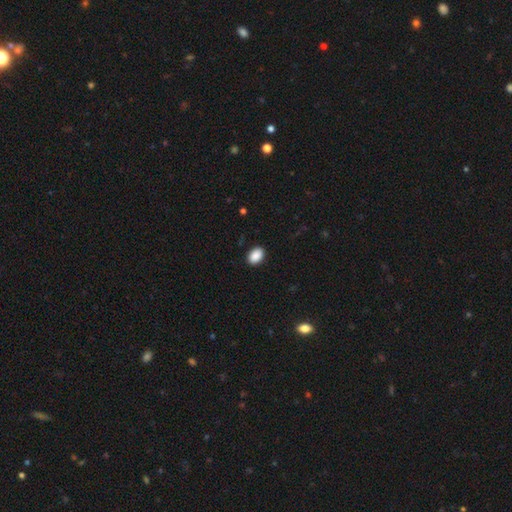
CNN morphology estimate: This is clearly a smooth galaxy (90%). How rounded: clearly in between (86%). Merging: clearly none (90%).